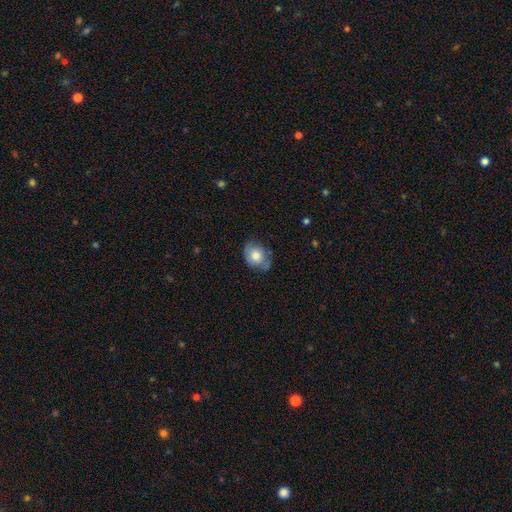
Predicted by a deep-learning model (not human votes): smooth_or_featured: smooth (p=0.65) [alt: featured or disk p=0.27]
how_rounded: in between (p=0.56) [alt: round p=0.43]
merging: none (p=0.59) [alt: minor disturbance p=0.30]